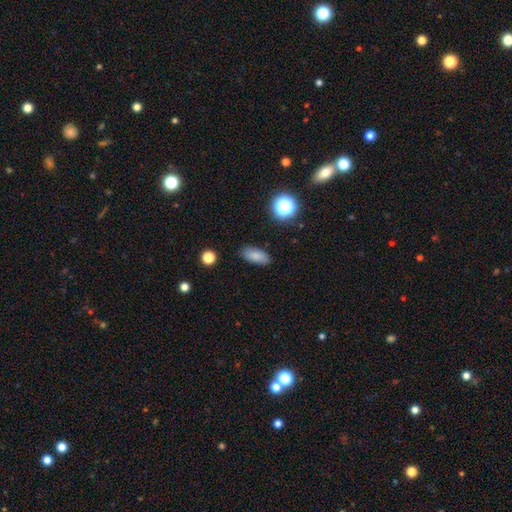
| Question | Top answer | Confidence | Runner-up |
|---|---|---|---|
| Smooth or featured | smooth | 87% | star or artifact (8%) |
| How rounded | in between | 82% | cigar-shaped (12%) |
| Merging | none | 89% | minor disturbance (9%) |